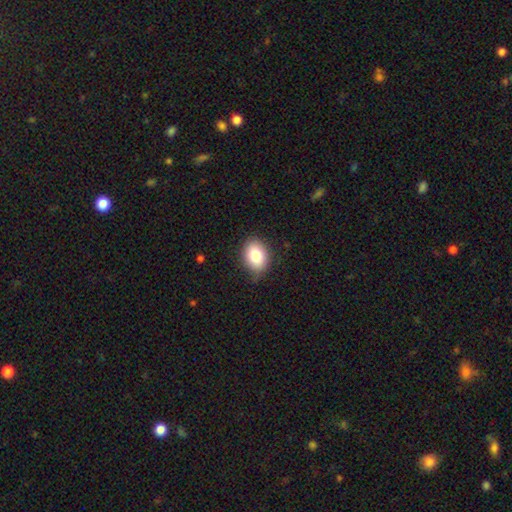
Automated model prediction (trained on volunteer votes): Smooth or featured? smooth (81%)
How rounded? in between (68%)
Merging? none (76%)